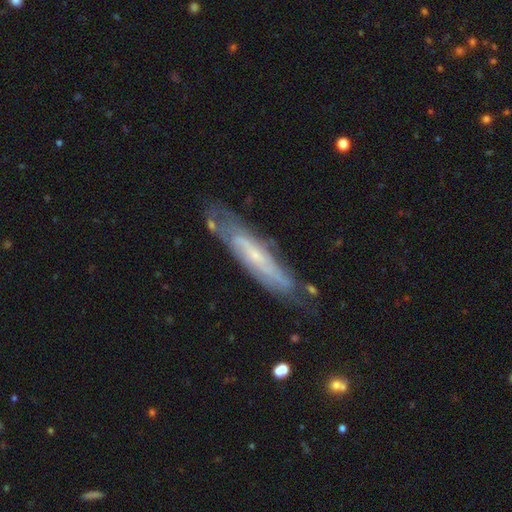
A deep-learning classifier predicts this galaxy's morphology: Smooth or featured: featured or disk — 70% (smooth — 23%)
Edge-on disk: no — 52% (yes — 48%)
Merging: none — 68% (minor disturbance — 22%)